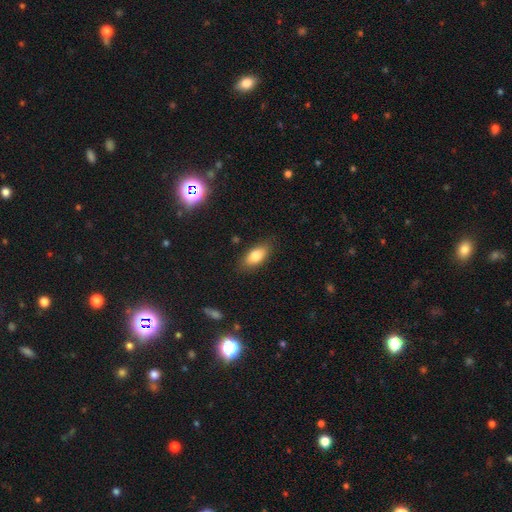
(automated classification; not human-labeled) This appears to be a smooth galaxy with no disk features (79%) that is in between round and cigar-shaped (87%). Merging: none (84%).